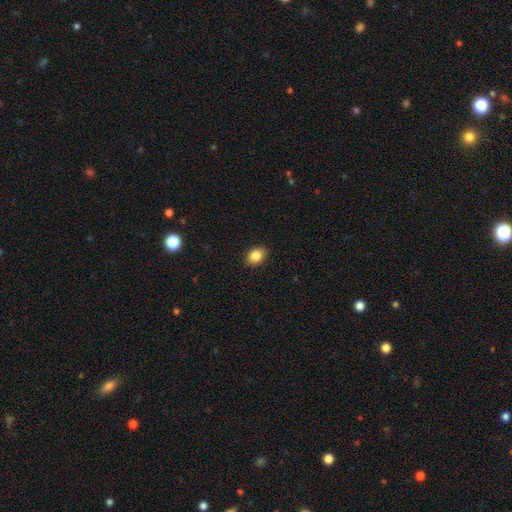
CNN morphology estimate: The model was most divided on "how rounded": in between: 72%, round: 27%, cigar-shaped: 1%. More confident: merging — none (90%); smooth or featured — smooth (85%).